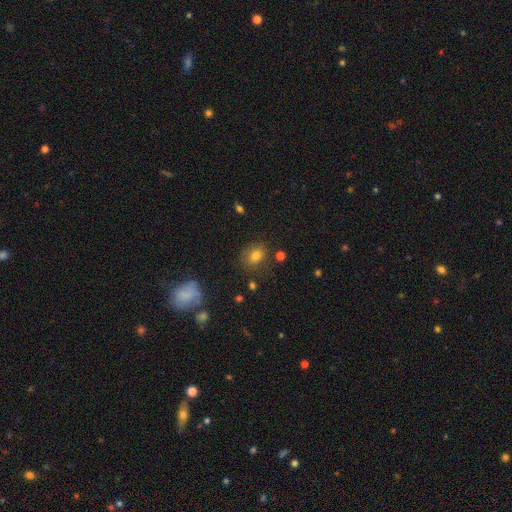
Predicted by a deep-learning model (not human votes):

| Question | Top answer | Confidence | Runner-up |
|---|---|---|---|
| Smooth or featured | smooth | 75% | star or artifact (13%) |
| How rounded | in between | 54% | round (45%) |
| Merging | none | 71% | minor disturbance (19%) |